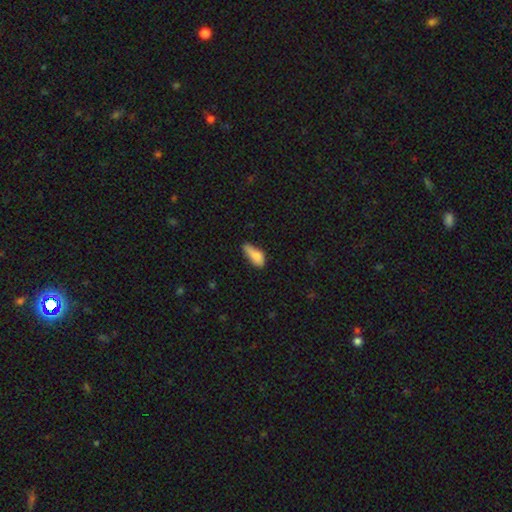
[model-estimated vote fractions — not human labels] This is likely a smooth galaxy (80%). How rounded: likely in between (76%). Merging: marginally minor disturbance (41%).